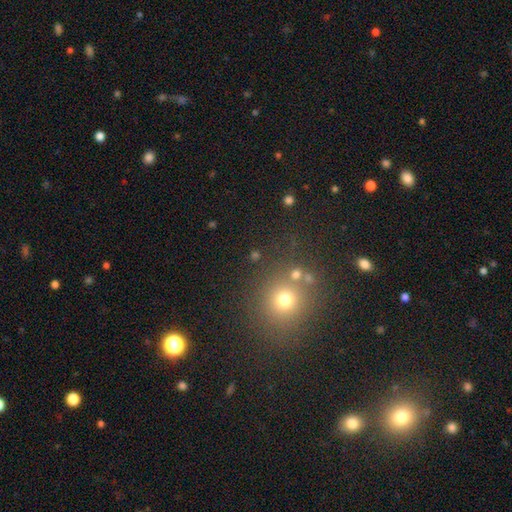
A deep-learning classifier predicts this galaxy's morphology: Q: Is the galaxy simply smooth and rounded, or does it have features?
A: smooth — 57%.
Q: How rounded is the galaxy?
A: round — 86%.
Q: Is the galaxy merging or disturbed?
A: none — 78%.